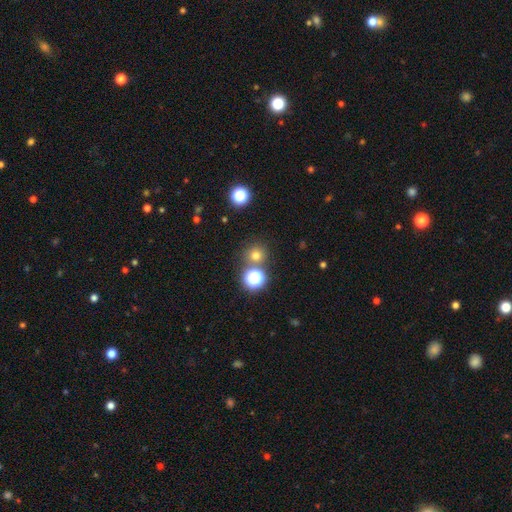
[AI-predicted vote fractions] Overall: smooth (70%). How rounded: round (93%). Merging: none (77%).